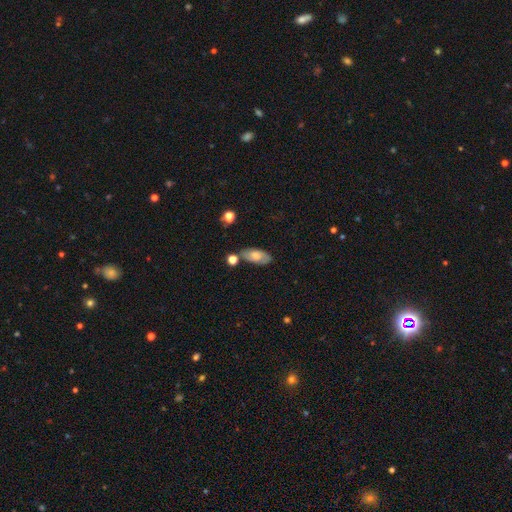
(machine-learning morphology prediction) The model was most divided on "smooth or featured": smooth: 65%, featured or disk: 27%, star or artifact: 8%. More confident: how rounded — in between (87%); merging — none (68%).